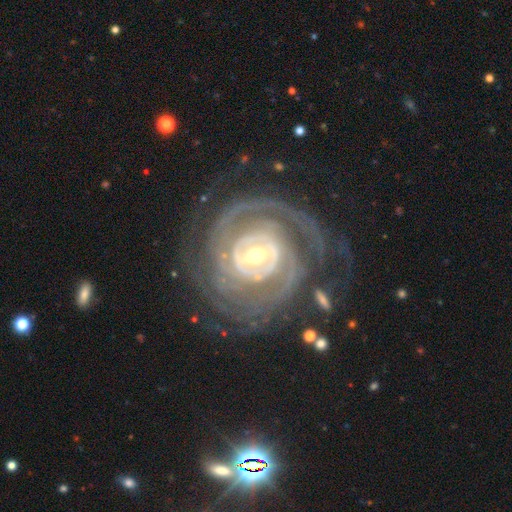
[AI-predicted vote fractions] Smooth or featured? Predicted: featured or disk (p=0.91). Edge-on disk? Predicted: no (p=0.97). Bar? Predicted: weak (p=0.41). Spiral arms? Predicted: yes (p=0.97). Spiral winding? Predicted: tight (p=0.77). Spiral arm count? Predicted: 2 (p=0.27). Bulge size? Predicted: moderate (p=0.48). Merging? Predicted: none (p=0.72).